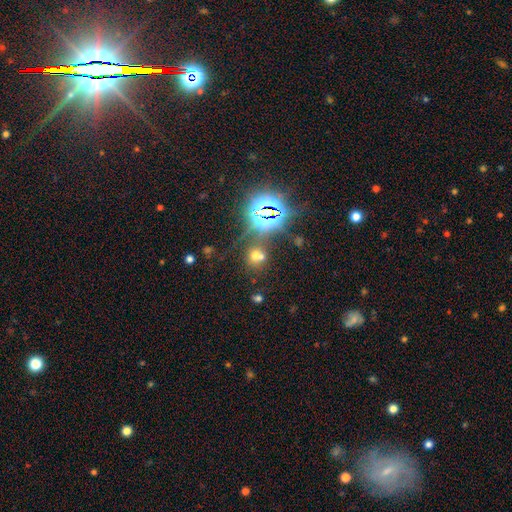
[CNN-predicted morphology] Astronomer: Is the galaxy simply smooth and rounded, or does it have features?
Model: smooth — 51% (runner-up: star or artifact, 38%).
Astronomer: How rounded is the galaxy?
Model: round — 78%.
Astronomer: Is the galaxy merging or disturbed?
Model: none — 52% (runner-up: merger, 33%).